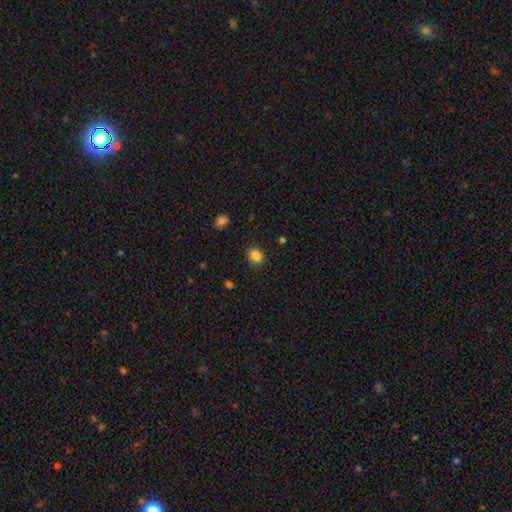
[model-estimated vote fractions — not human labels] Smooth or featured? smooth (85%)
How rounded? round (64%)
Merging? none (86%)